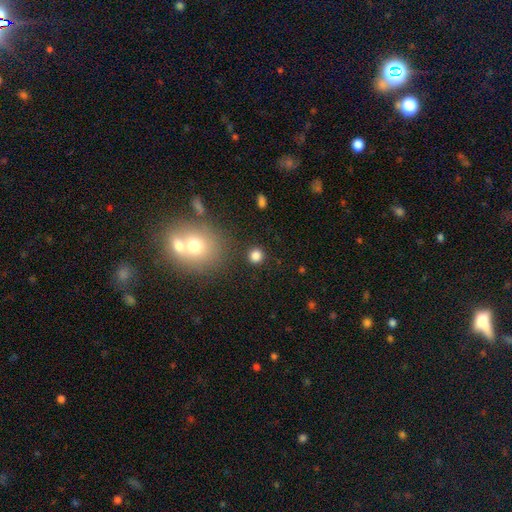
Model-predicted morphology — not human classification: Smooth or featured? Predicted: smooth (p=0.82). How rounded? Predicted: round (p=0.92). Merging? Predicted: none (p=0.88).